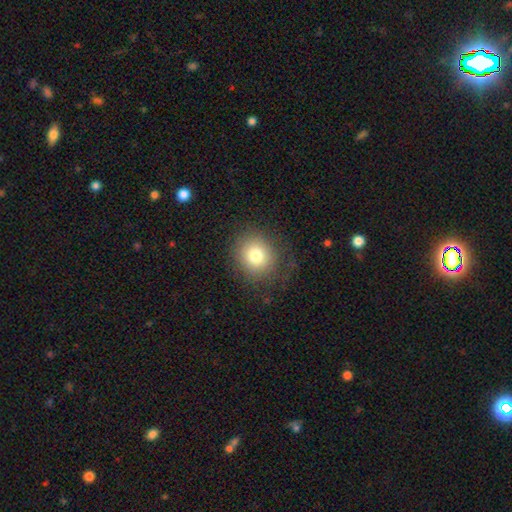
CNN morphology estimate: Smooth or featured?
  - smooth: 78% *
  - star or artifact: 11%
  - featured or disk: 11%
How rounded?
  - round: 81% *
  - in between: 18%
  - cigar-shaped: 1%
Merging?
  - none: 80% *
  - minor disturbance: 13%
  - major disturbance: 6%
  - merger: 1%